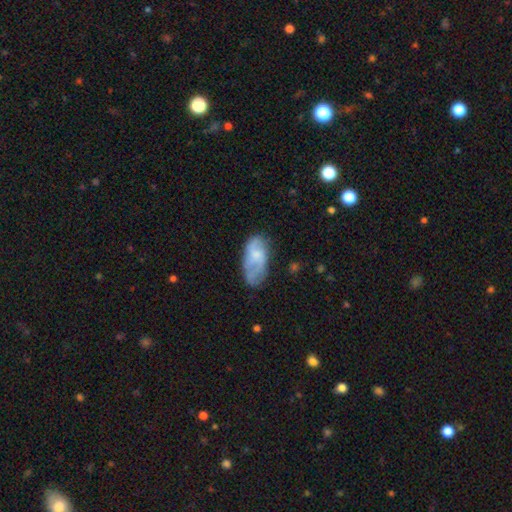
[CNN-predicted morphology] Overall: featured or disk (47%; smooth 46%). Merging: none (53%; minor disturbance 30%).